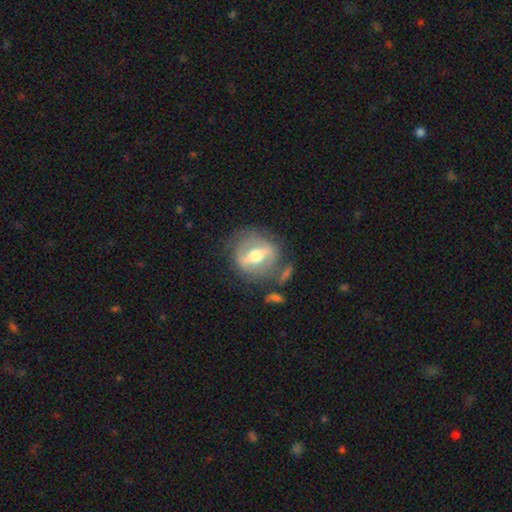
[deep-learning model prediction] featured or disk 68%, smooth 24%, star or artifact 8%. Down the decision tree: edge-on disk — no (85%); bar — strong (56%); spiral arms — no (64%); bulge size — moderate (71%); merging — none (63%).